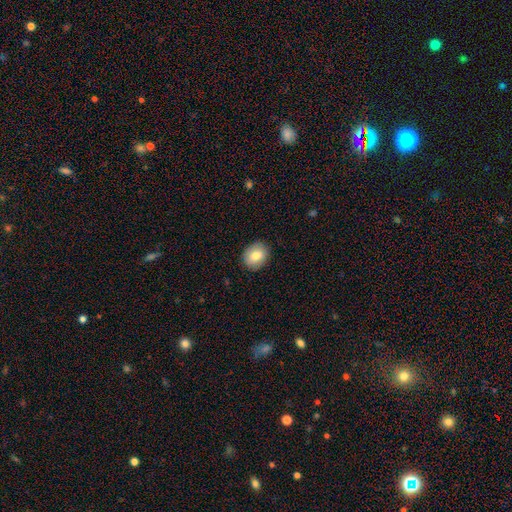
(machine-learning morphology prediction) Smooth or featured: smooth — 79% (featured or disk — 13%)
How rounded: round — 53% (in between — 46%)
Merging: none — 87% (minor disturbance — 10%)